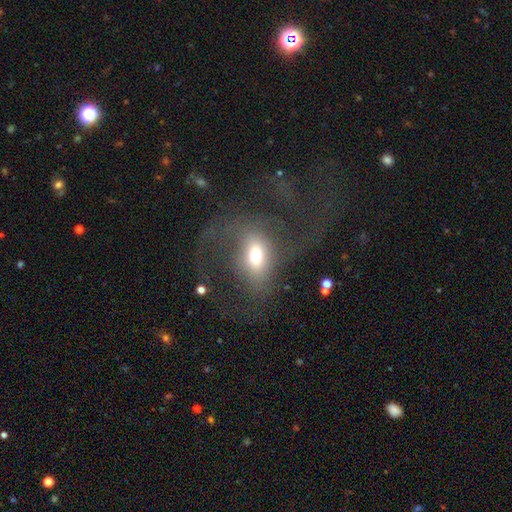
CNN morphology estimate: type=smooth (56%); roundness=in between (66%); merging=major disturbance (46%).